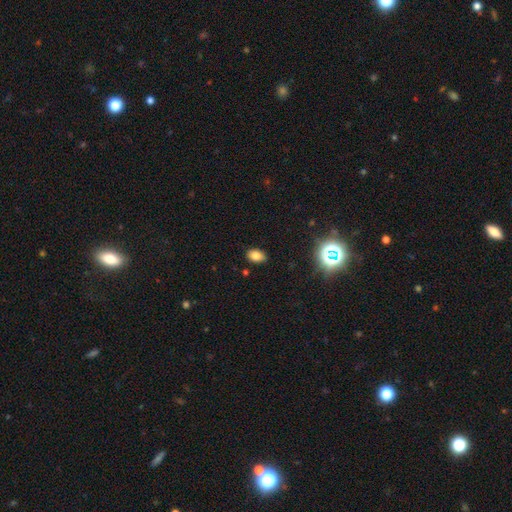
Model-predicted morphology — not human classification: Smooth or featured: smooth — 79% (star or artifact — 14%)
How rounded: in between — 87% (round — 12%)
Merging: none — 84% (minor disturbance — 12%)